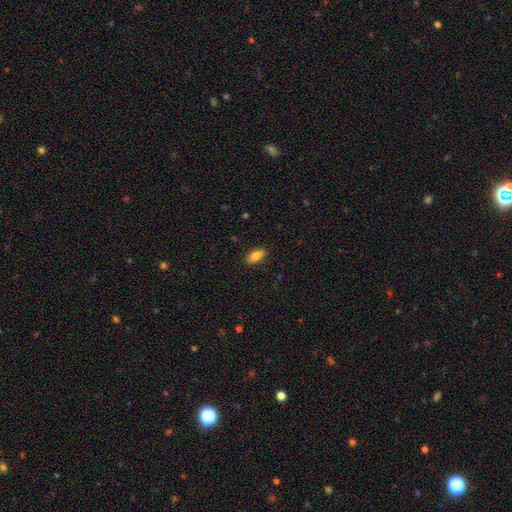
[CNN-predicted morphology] Overall: smooth (81%). How rounded: in between (89%). Merging: none (88%).